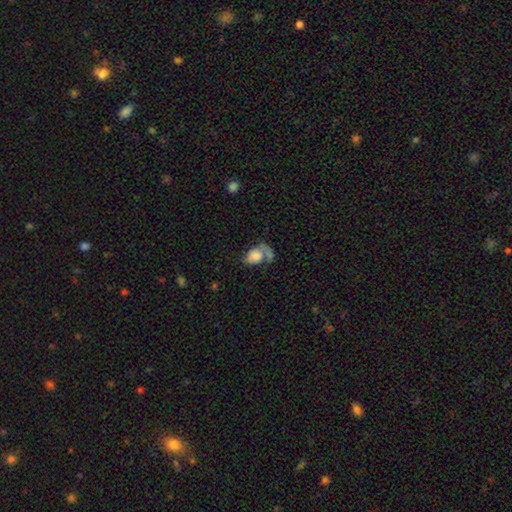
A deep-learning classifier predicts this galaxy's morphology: A smooth galaxy with no disk features (58%) that is in between round and cigar-shaped (73%). Merging: major disturbance (32%).